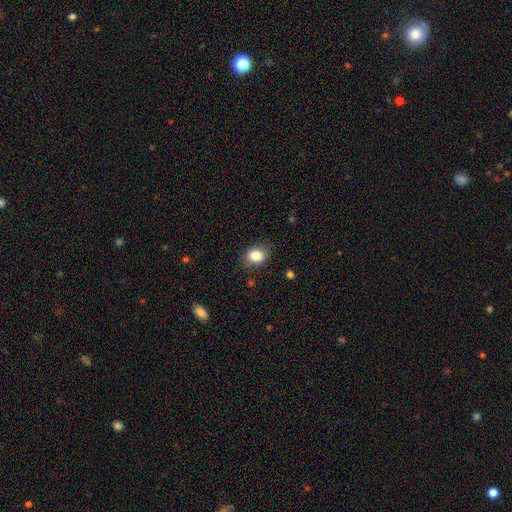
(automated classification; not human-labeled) Smooth or featured? smooth (83%)
How rounded? round (54%)
Merging? none (81%)